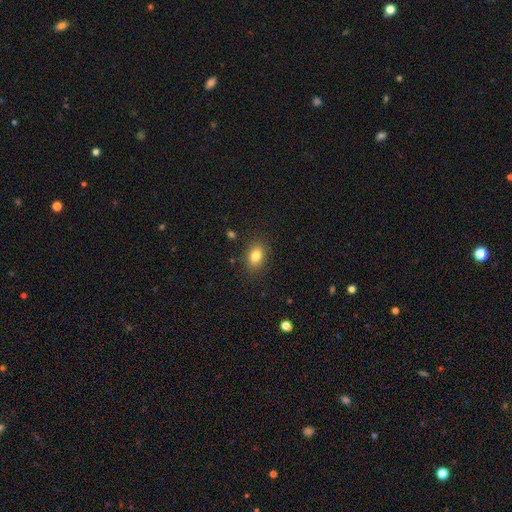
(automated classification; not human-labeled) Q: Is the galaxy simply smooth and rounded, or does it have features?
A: smooth — 81%.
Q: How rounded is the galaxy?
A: in between — 72%.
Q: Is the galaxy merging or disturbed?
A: none — 85%.